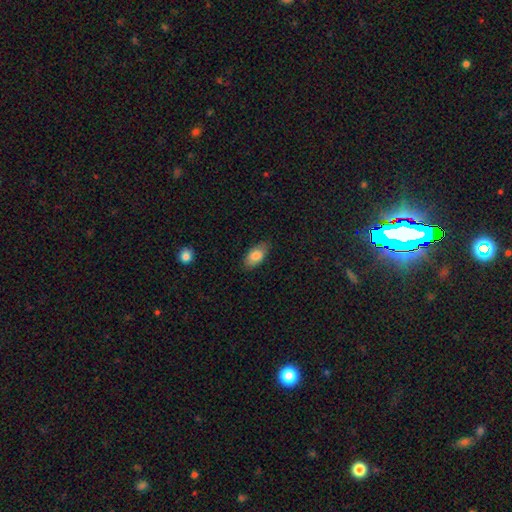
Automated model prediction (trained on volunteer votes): smooth_or_featured: smooth (p=0.82) [alt: featured or disk p=0.11]
how_rounded: in between (p=0.92) [alt: cigar-shaped p=0.04]
merging: none (p=0.83) [alt: minor disturbance p=0.13]